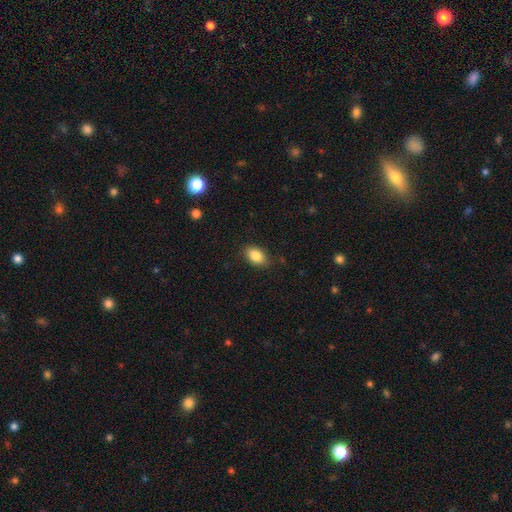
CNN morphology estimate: type=smooth (86%); roundness=in between (86%); merging=none (85%).